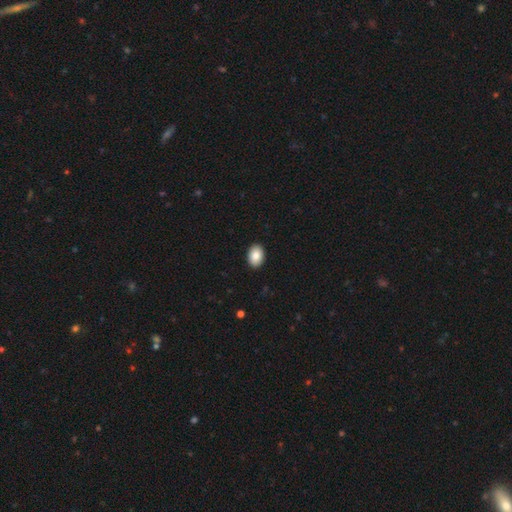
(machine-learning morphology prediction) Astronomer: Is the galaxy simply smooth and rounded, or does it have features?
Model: smooth — 86%.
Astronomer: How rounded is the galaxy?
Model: in between — 83%.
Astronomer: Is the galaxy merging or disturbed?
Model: none — 91%.